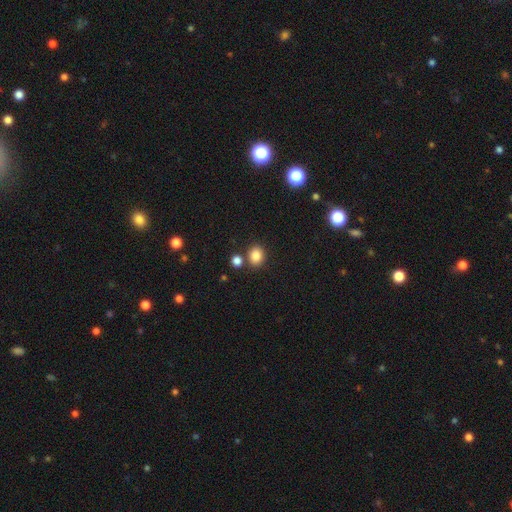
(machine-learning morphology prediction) The model was most divided on "how rounded": round: 57%, in between: 42%, cigar-shaped: 1%. More confident: smooth or featured — smooth (84%); merging — none (76%).